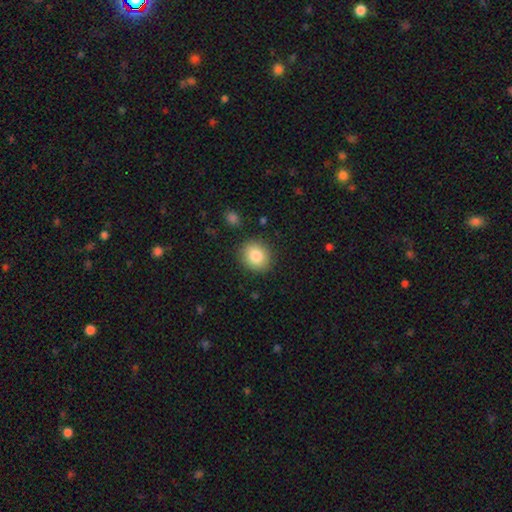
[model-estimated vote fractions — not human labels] This is clearly a smooth galaxy (84%). How rounded: likely round (76%). Merging: clearly none (88%).